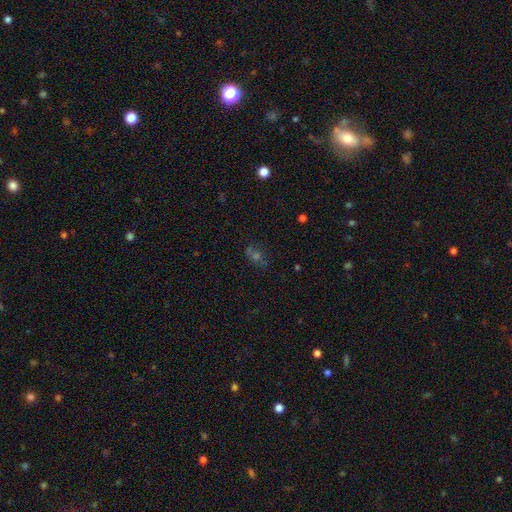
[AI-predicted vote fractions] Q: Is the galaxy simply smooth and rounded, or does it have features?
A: star or artifact — 40%.